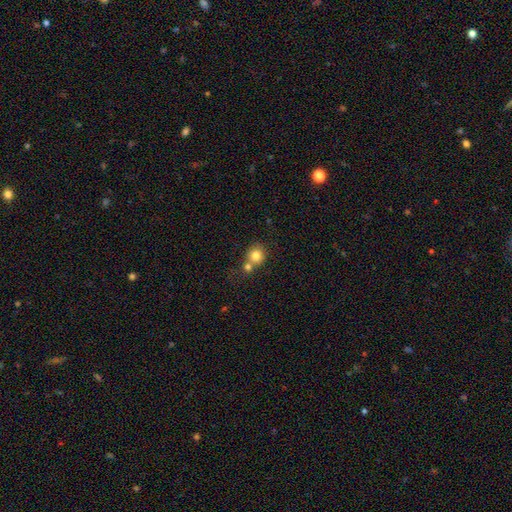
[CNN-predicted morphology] A smooth galaxy with no disk features (80%) that is round (88%). Merging: none (50%).